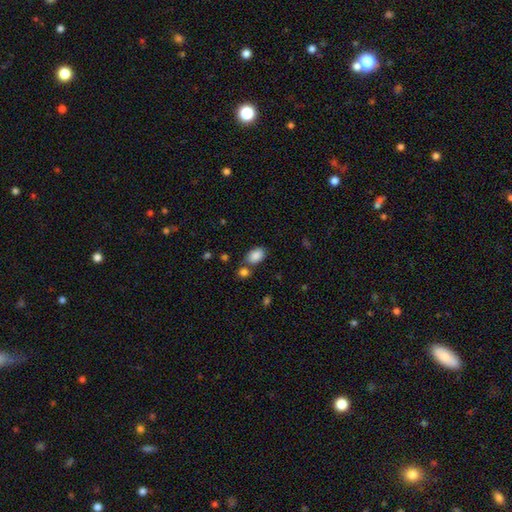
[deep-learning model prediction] This appears to be a smooth galaxy with no disk features (88%) that is in between round and cigar-shaped (90%). Merging: none (68%).